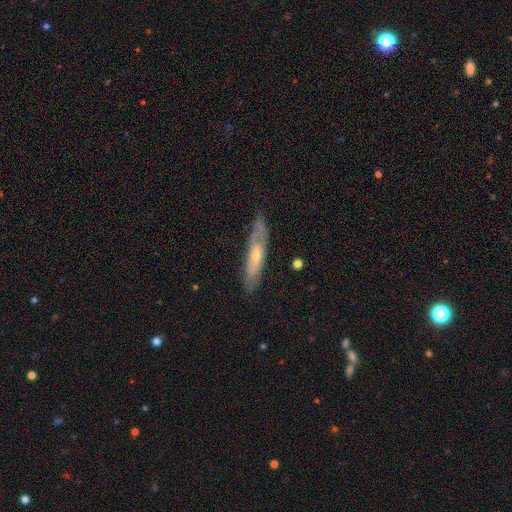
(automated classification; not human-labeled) A featured or disk galaxy (64%) viewed edge-on (54%).

Vote fractions:
- Smooth or featured? featured or disk: 64% / smooth: 30% / star or artifact: 7%
- Edge-on disk? yes: 54% / no: 46%
- Merging? none: 77% / minor disturbance: 18% / major disturbance: 4% / merger: 1%